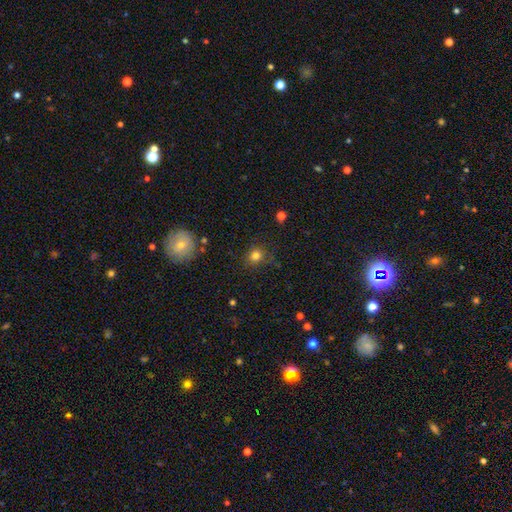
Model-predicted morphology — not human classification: type=smooth (80%); roundness=round (81%); merging=none (79%).